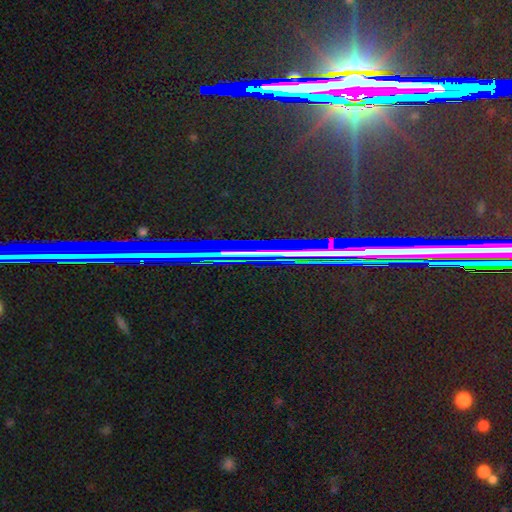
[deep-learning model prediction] This is clearly a star or artifact rather than a galaxy (85%).